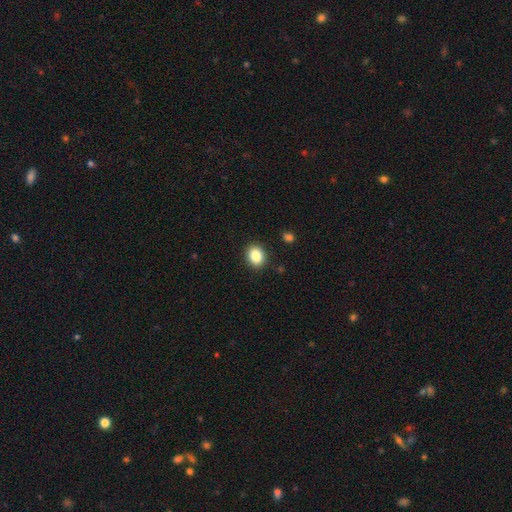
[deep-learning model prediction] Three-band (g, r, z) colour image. It shows a smooth galaxy with no disk features (85%) that is in between round and cigar-shaped (51%). Merging: none (90%).